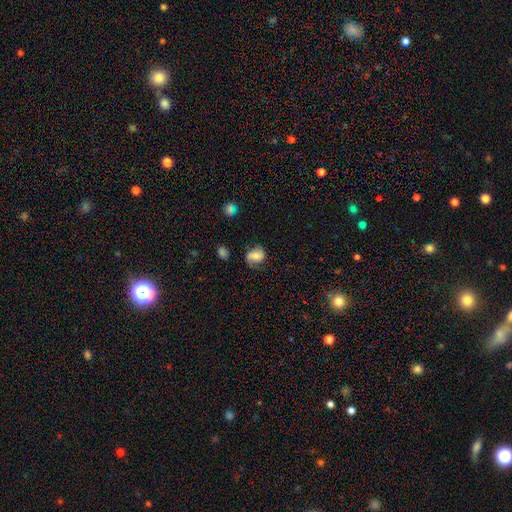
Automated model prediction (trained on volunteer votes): Smooth or featured? Predicted: smooth (p=0.54). How rounded? Predicted: in between (p=0.54). Merging? Predicted: none (p=0.63).